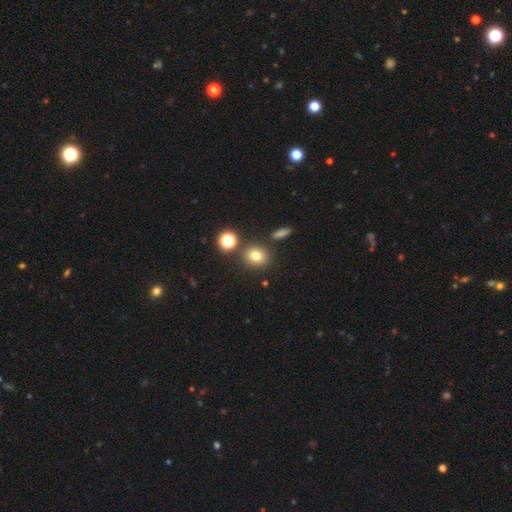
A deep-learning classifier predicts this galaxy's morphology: smooth-or-featured: smooth: 76% | star or artifact: 16% | featured or disk: 9%
  how-rounded: round: 82% | in between: 17% | cigar-shaped: 1%
  merging: none: 81% | minor disturbance: 9% | merger: 7% | major disturbance: 3%